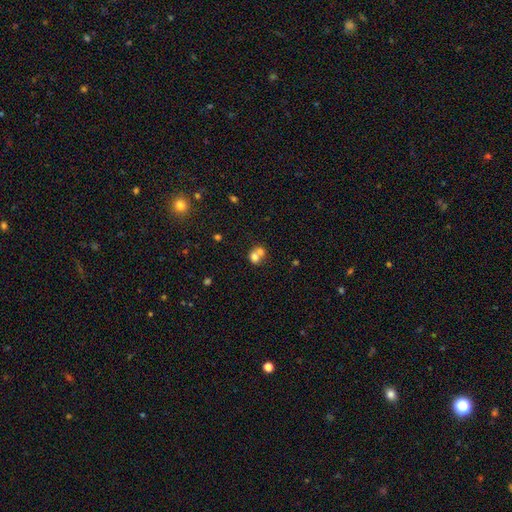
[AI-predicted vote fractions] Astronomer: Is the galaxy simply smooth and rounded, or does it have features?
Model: smooth — 71%.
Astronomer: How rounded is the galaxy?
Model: round — 66%.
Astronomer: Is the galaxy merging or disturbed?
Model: merger — 65%.